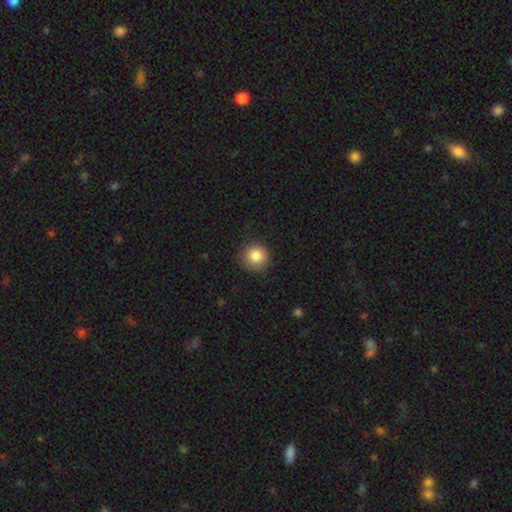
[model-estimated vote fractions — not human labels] Morphology: type=smooth (85%); roundness=round (92%); merging=none (87%).